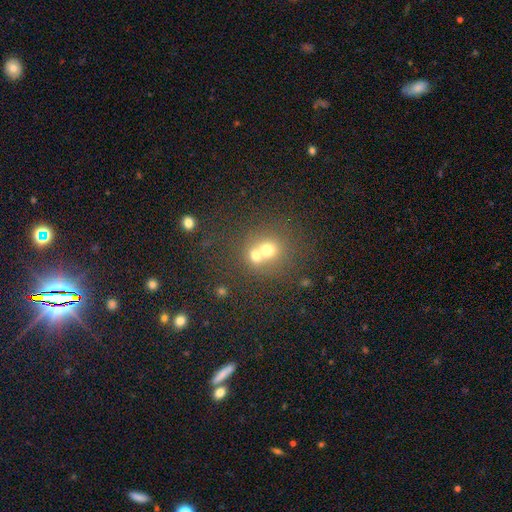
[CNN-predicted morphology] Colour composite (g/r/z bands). It shows a smooth galaxy with no disk features (64%) that is round (78%). Merging: merger (58%).